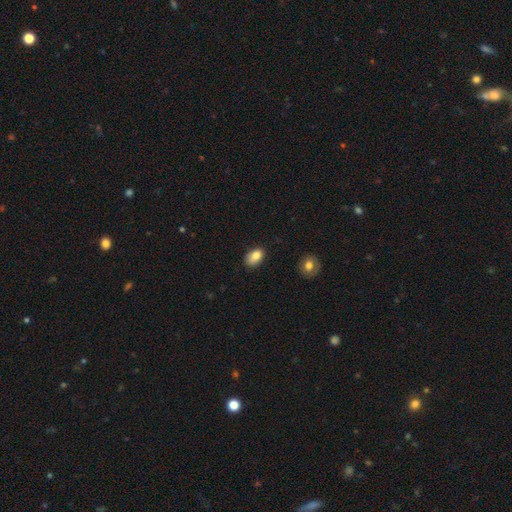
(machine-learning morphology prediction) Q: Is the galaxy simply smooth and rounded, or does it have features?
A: smooth — 82%.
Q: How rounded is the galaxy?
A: in between — 87%.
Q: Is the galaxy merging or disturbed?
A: none — 70%.